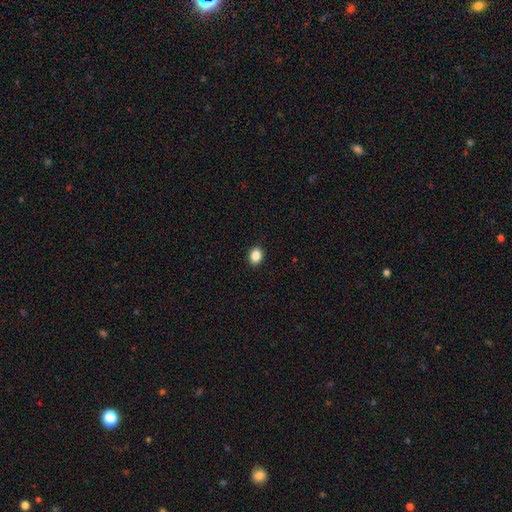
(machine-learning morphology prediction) A smooth galaxy with no disk features (87%) that is in between round and cigar-shaped (60%).

Vote fractions:
- Smooth or featured? smooth: 87% / star or artifact: 9% / featured or disk: 4%
- How rounded? in between: 60% / round: 39% / cigar-shaped: 1%
- Merging? none: 91% / minor disturbance: 7% / major disturbance: 2% / merger: 1%